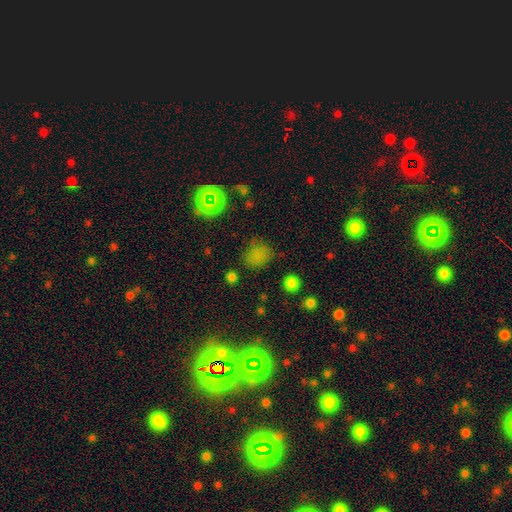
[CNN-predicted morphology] smooth_or_featured: smooth (p=0.71) [alt: star or artifact p=0.22]
how_rounded: round (p=0.64) [alt: in between p=0.35]
merging: none (p=0.68) [alt: minor disturbance p=0.21]